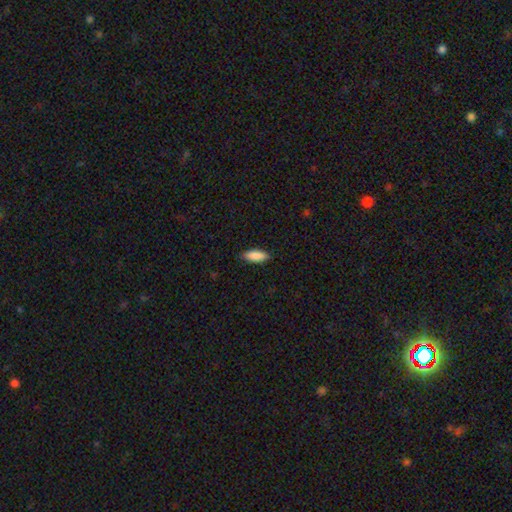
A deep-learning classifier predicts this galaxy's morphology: The model was most divided on "how rounded": in between: 72%, cigar-shaped: 26%, round: 2%. More confident: smooth or featured — smooth (89%); merging — none (87%).